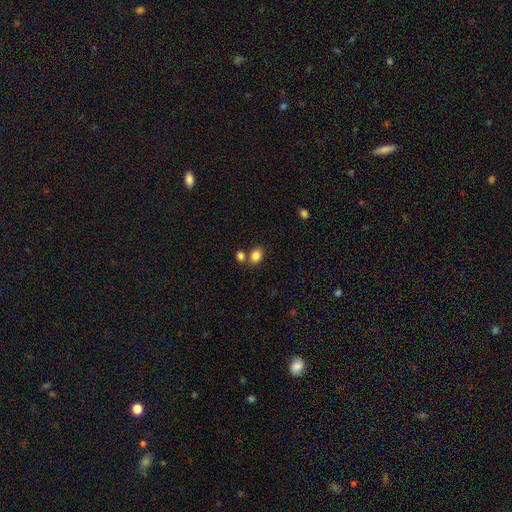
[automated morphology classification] Smooth or featured?
  - smooth: 85% *
  - star or artifact: 10%
  - featured or disk: 6%
How rounded?
  - in between: 61% *
  - round: 37%
  - cigar-shaped: 1%
Merging?
  - none: 60% *
  - merger: 25%
  - minor disturbance: 11%
  - major disturbance: 4%